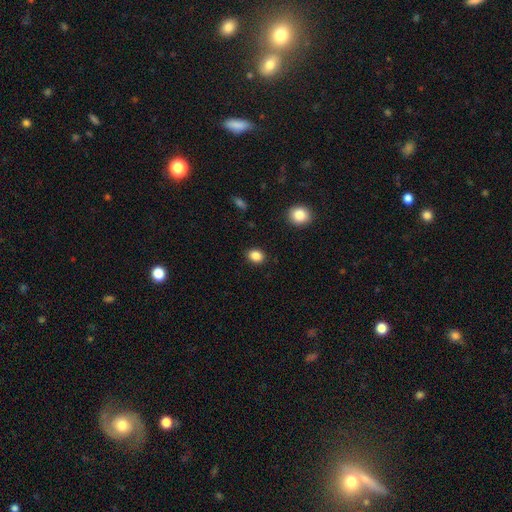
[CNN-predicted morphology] Smooth or featured?
  - smooth: 86% *
  - star or artifact: 10%
  - featured or disk: 4%
How rounded?
  - round: 52% *
  - in between: 47%
  - cigar-shaped: 1%
Merging?
  - none: 89% *
  - minor disturbance: 7%
  - major disturbance: 2%
  - merger: 1%